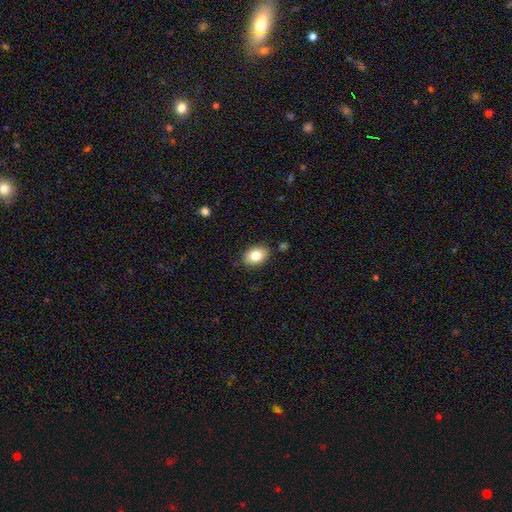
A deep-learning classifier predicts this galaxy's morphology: Smooth or featured?
  - smooth: 81% *
  - featured or disk: 11%
  - star or artifact: 8%
How rounded?
  - in between: 81% *
  - round: 18%
  - cigar-shaped: 1%
Merging?
  - none: 85% *
  - minor disturbance: 10%
  - major disturbance: 2%
  - merger: 2%